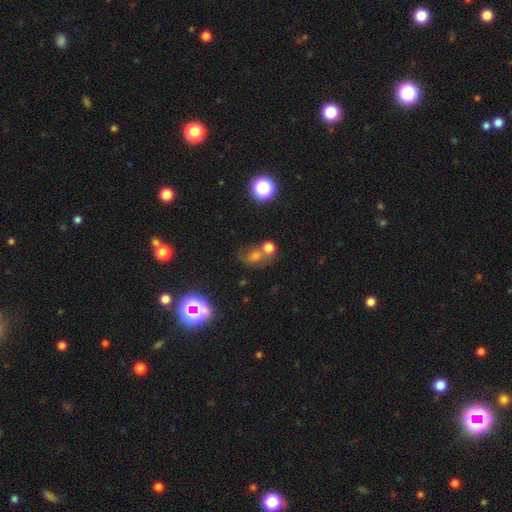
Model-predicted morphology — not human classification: Smooth or featured?
  - smooth: 48% *
  - star or artifact: 33%
  - featured or disk: 20%
Merging?
  - merger: 40% * (tied)
  - none: 40% * (tied)
  - minor disturbance: 12%
  - major disturbance: 8%